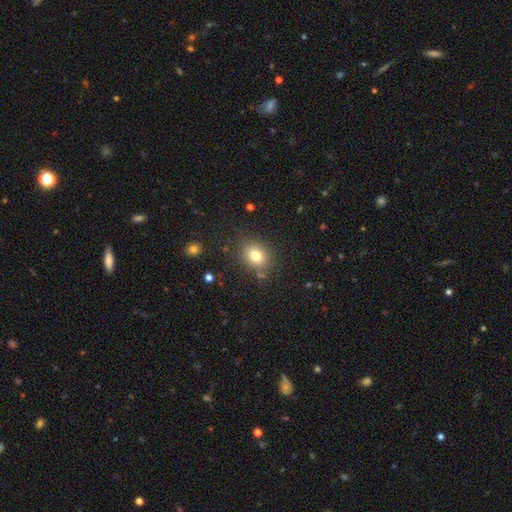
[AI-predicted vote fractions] The model was most divided on "how rounded": round: 58%, in between: 41%, cigar-shaped: 1%. More confident: merging — none (81%); smooth or featured — smooth (78%).